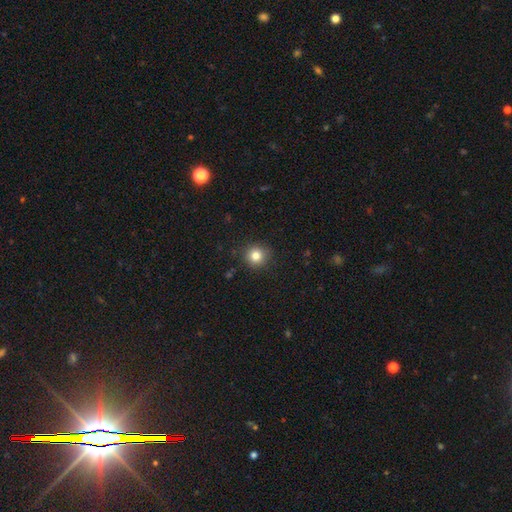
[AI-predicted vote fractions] This is clearly a smooth galaxy (82%). How rounded: clearly round (93%). Merging: clearly none (90%).